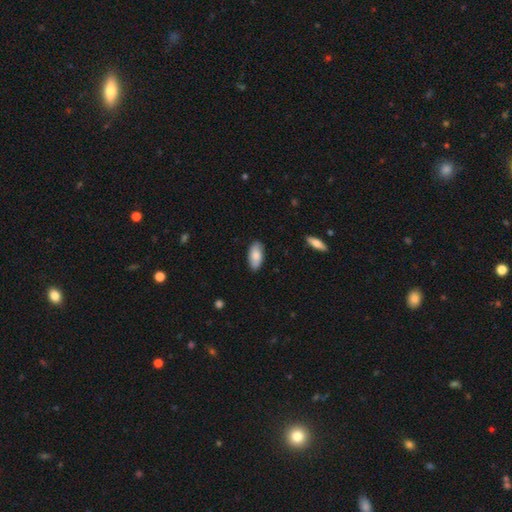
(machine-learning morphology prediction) Smooth or featured: smooth — 80% (featured or disk — 14%)
How rounded: in between — 91% (cigar-shaped — 6%)
Merging: none — 86% (minor disturbance — 11%)